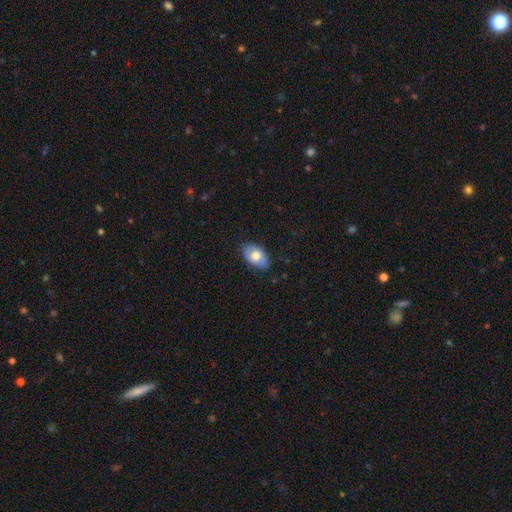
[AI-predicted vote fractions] Q: Smooth or featured?
A: smooth (67%); runner-up: featured or disk (27%)
Q: How rounded?
A: in between (89%); runner-up: round (9%)
Q: Merging?
A: none (79%); runner-up: minor disturbance (17%)